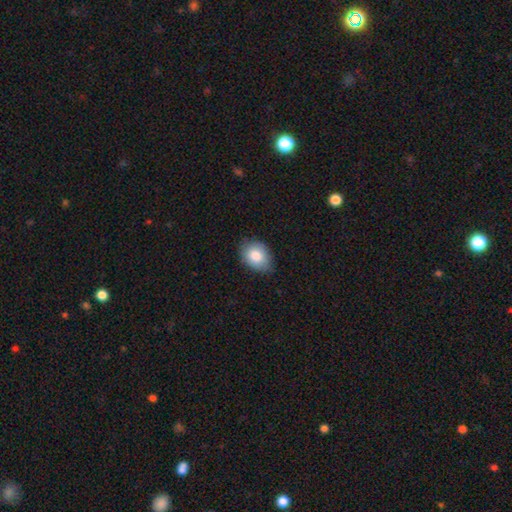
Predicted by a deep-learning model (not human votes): Smooth or featured? smooth (83%)
How rounded? in between (69%)
Merging? none (78%)